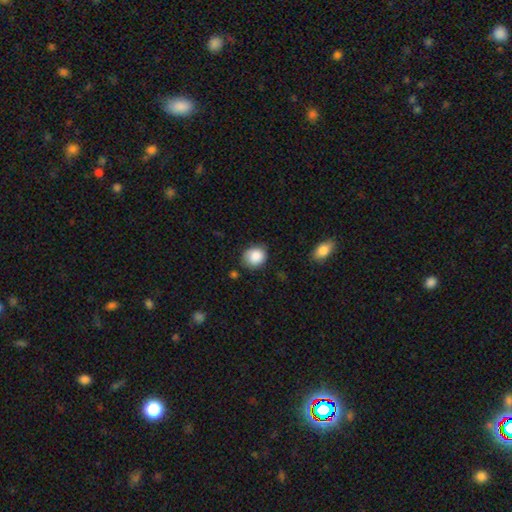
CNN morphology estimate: smooth 87%, star or artifact 8%, featured or disk 5%. Down the decision tree: how rounded — round (69%); merging — none (76%).